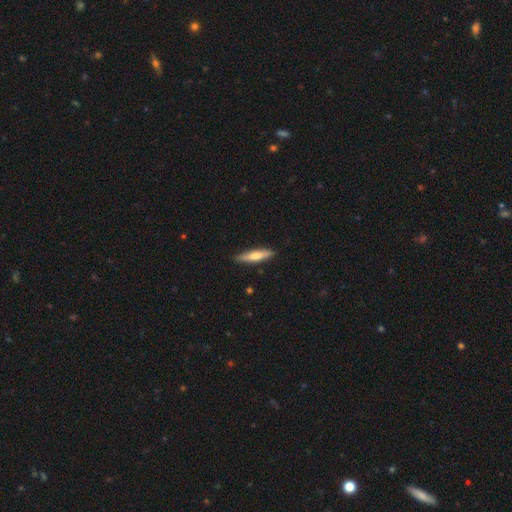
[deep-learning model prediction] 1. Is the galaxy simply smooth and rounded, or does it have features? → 57% smooth, 37% featured or disk, 5% star or artifact.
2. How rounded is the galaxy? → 82% cigar-shaped, 16% in between, 2% round.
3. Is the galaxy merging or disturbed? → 88% none, 9% minor disturbance, 2% major disturbance, 1% merger.